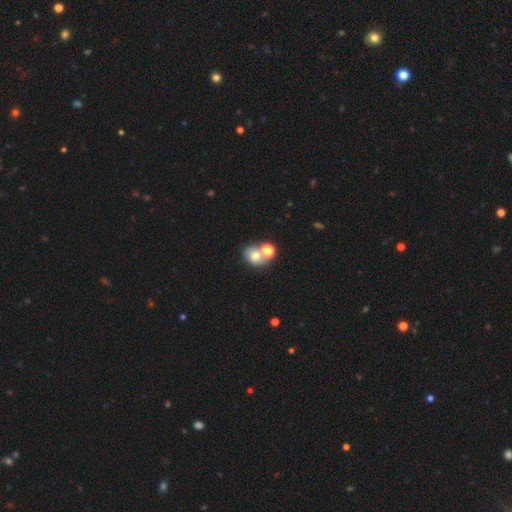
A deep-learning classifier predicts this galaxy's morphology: Q: Smooth or featured?
A: smooth (71%); runner-up: featured or disk (16%)
Q: How rounded?
A: round (55%); runner-up: in between (44%)
Q: Merging?
A: merger (43%); runner-up: none (40%)